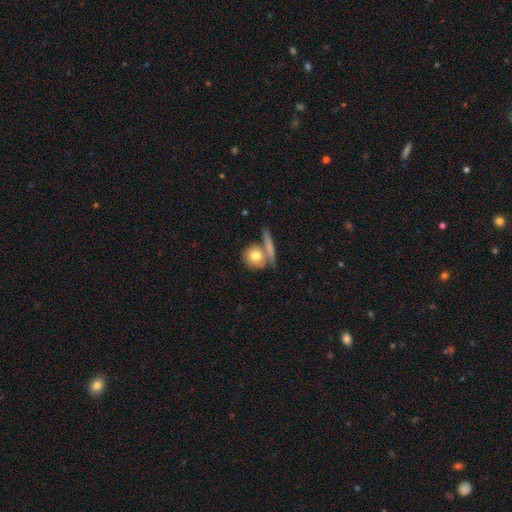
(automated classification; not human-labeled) Smooth or featured: smooth — 73% (featured or disk — 20%)
How rounded: round — 76% (in between — 19%)
Merging: none — 54% (merger — 28%)